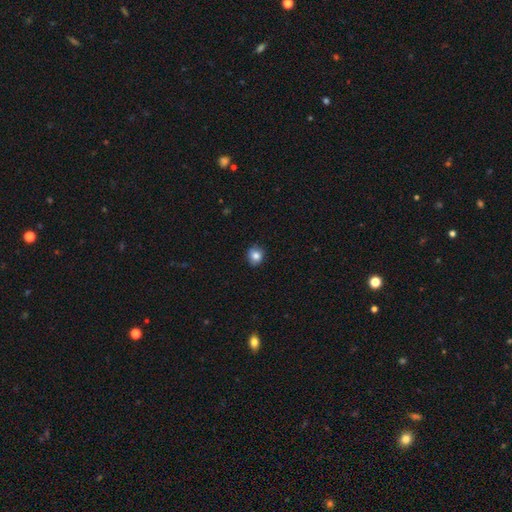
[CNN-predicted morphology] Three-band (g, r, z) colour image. It shows a smooth galaxy with no disk features (82%) that is round (77%). Merging: none (84%).